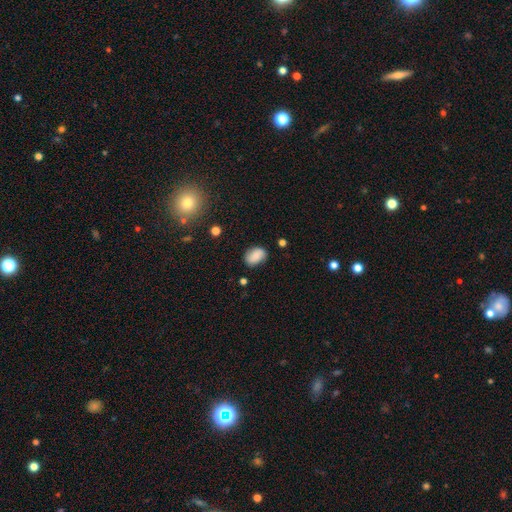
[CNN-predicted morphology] smooth_or_featured: smooth (p=0.79) [alt: featured or disk p=0.12]
how_rounded: in between (p=0.79) [alt: round p=0.19]
merging: none (p=0.76) [alt: minor disturbance p=0.18]